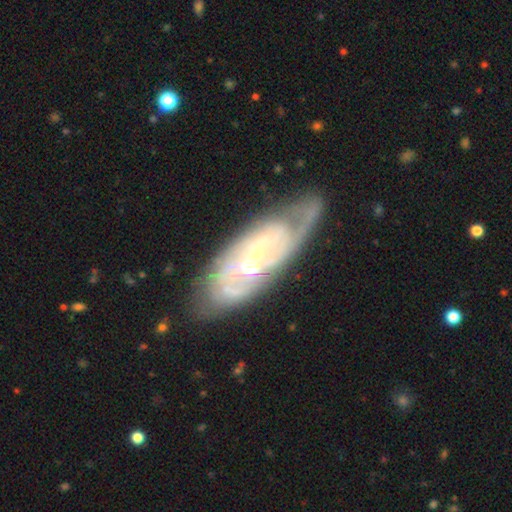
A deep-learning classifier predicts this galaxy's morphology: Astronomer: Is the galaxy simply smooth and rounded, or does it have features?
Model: featured or disk — 81%.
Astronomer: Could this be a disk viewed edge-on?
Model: no — 89%.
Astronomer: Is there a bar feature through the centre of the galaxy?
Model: no — 68%.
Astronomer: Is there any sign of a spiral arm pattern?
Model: yes — 87%.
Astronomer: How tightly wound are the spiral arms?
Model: tight — 66%.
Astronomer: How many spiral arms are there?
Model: can't tell — 43% (runner-up: 2, 31%).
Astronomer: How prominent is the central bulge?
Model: small — 65%.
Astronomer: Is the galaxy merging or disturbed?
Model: none — 60%.